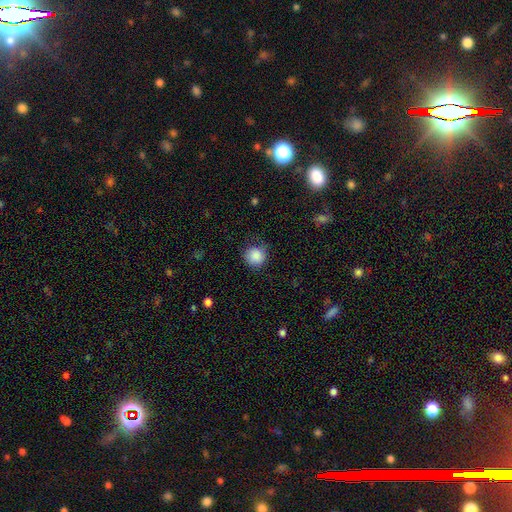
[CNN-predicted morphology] The model was most divided on "merging": none: 68%, minor disturbance: 23%, major disturbance: 7%, merger: 1%. More confident: how rounded — round (91%); smooth or featured — smooth (86%).